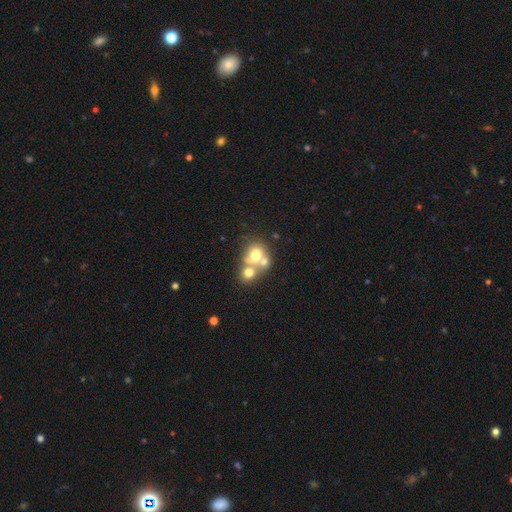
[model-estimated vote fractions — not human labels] smooth-or-featured: smooth: 61% | featured or disk: 25% | star or artifact: 13%
  how-rounded: round: 73% | in between: 26% | cigar-shaped: 1%
  merging: merger: 57% | none: 32% | minor disturbance: 7% | major disturbance: 5%